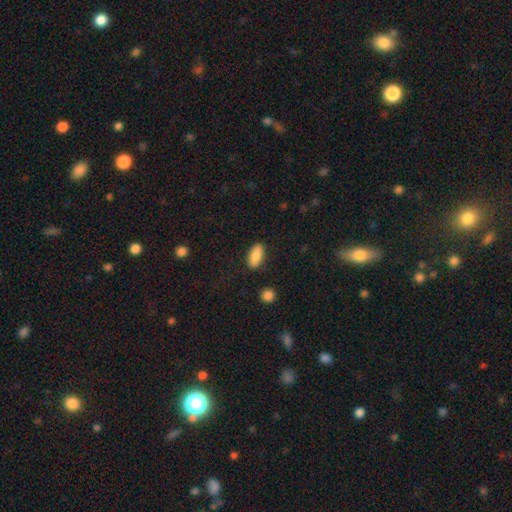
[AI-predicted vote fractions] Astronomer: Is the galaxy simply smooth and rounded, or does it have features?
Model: smooth — 87%.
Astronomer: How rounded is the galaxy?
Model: in between — 89%.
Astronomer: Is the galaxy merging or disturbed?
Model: none — 87%.